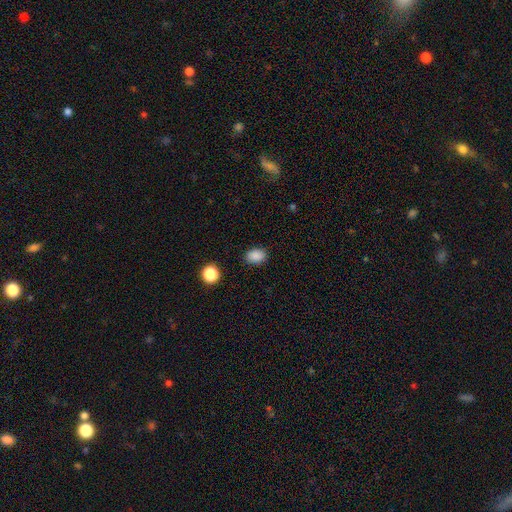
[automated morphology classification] smooth-or-featured: smooth: 87% | star or artifact: 10% | featured or disk: 3%
  how-rounded: in between: 75% | round: 24% | cigar-shaped: 1%
  merging: none: 85% | minor disturbance: 10% | major disturbance: 3% | merger: 2%